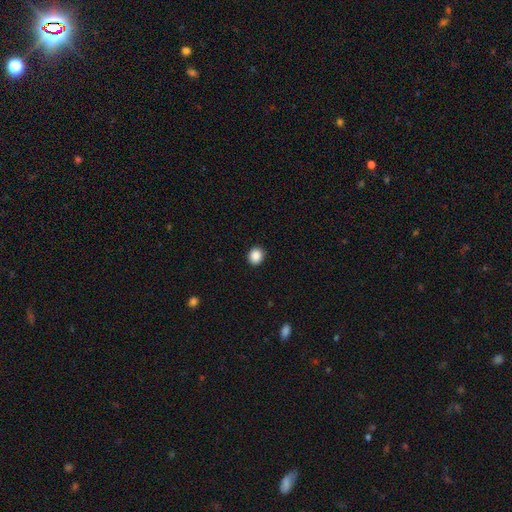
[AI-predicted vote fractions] Smooth or featured? smooth (89%)
How rounded? round (79%)
Merging? none (92%)